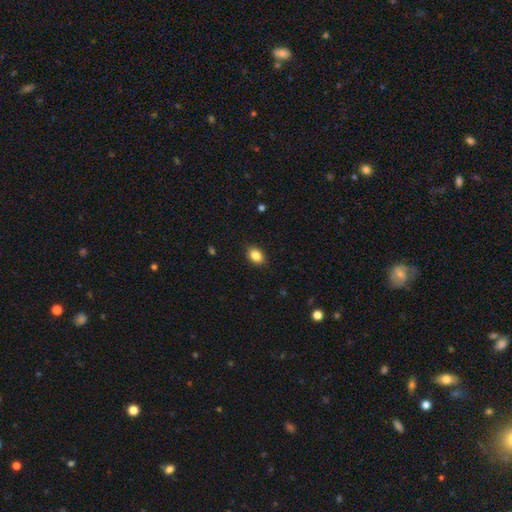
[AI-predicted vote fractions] This is clearly a smooth galaxy (86%). How rounded: likely in between (79%). Merging: clearly none (87%).